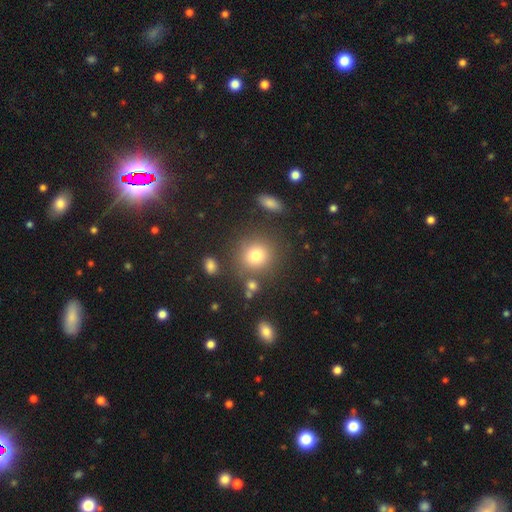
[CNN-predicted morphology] type=smooth (78%); roundness=round (87%); merging=none (79%).